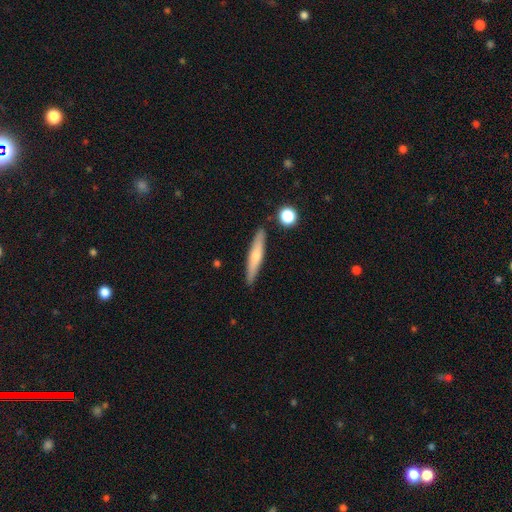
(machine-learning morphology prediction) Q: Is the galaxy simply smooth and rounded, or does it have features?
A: smooth — 57%.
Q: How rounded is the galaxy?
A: cigar-shaped — 90%.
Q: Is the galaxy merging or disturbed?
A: none — 88%.